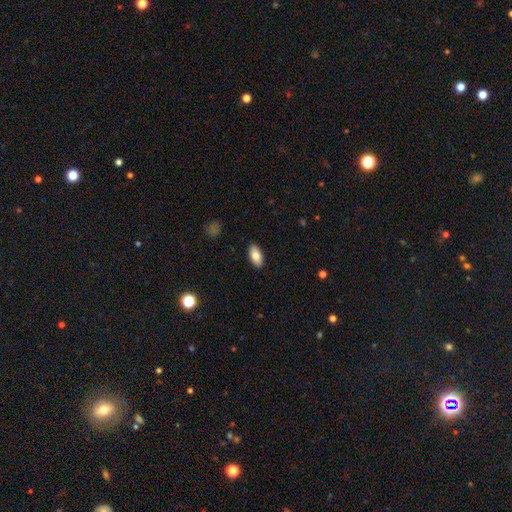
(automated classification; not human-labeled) Overall: smooth (80%). How rounded: in between (91%). Merging: none (90%).